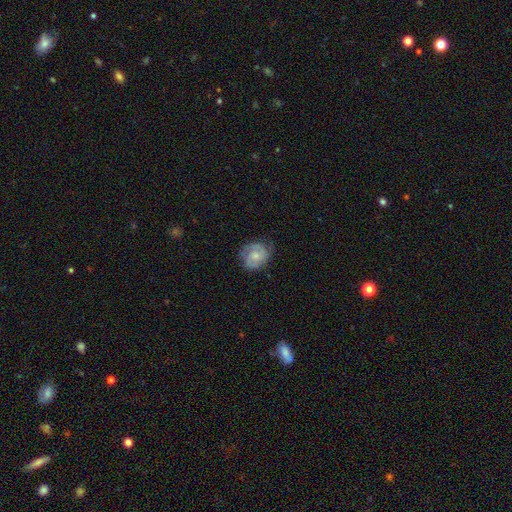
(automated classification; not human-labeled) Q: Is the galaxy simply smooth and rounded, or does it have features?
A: featured or disk — 64%.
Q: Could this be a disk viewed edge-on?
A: no — 98%.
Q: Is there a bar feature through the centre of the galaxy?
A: no — 73%.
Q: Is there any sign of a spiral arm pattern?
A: yes — 90%.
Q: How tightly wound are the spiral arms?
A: tight — 53%.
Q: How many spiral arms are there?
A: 2 — 58%.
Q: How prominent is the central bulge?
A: small — 49%.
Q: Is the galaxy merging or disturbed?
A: none — 68%.